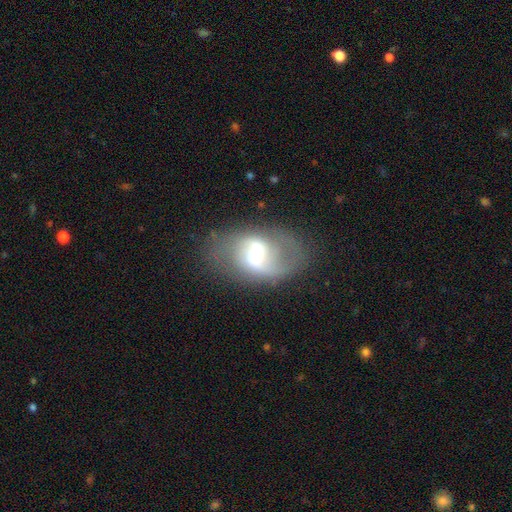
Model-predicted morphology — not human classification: Overall: featured or disk (69%). Edge-on disk: no (94%). Bar: weak (45%; strong 42%). Spiral arms: yes (75%). Bulge size: moderate (43%; small 26%). Merging: none (65%).